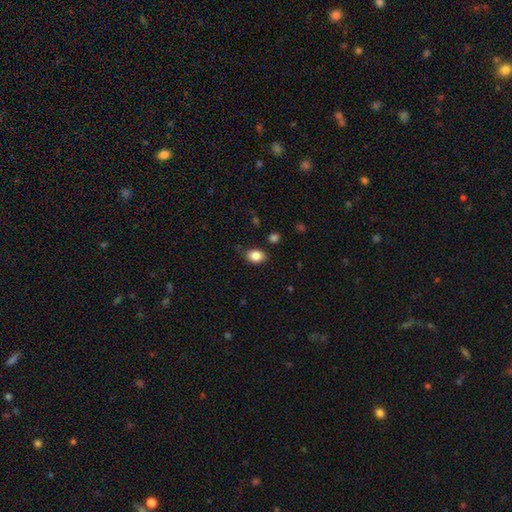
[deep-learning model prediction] A smooth galaxy with no disk features (86%) that is in between round and cigar-shaped (75%).

Vote fractions:
- Smooth or featured? smooth: 86% / star or artifact: 8% / featured or disk: 6%
- How rounded? in between: 75% / round: 24% / cigar-shaped: 1%
- Merging? none: 82% / minor disturbance: 13% / major disturbance: 3% / merger: 2%